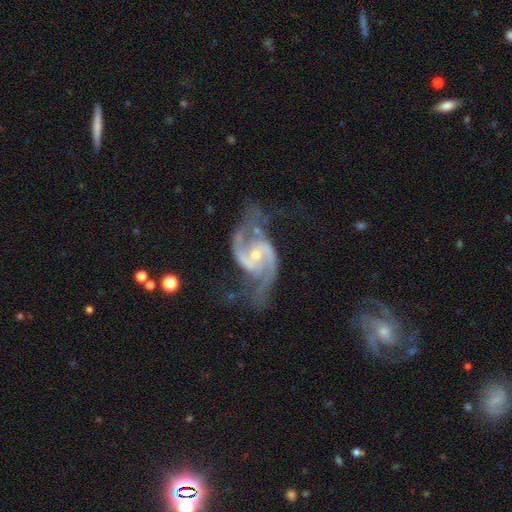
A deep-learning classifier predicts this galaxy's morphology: The model was most divided on "bar": no: 42%, weak: 40%, strong: 18%. More confident: spiral arms — yes (98%); edge-on disk — no (98%); smooth or featured — featured or disk (93%); spiral arm count — 2 (92%); merging — none (62%); bulge size — small (60%); spiral winding — medium (55%).